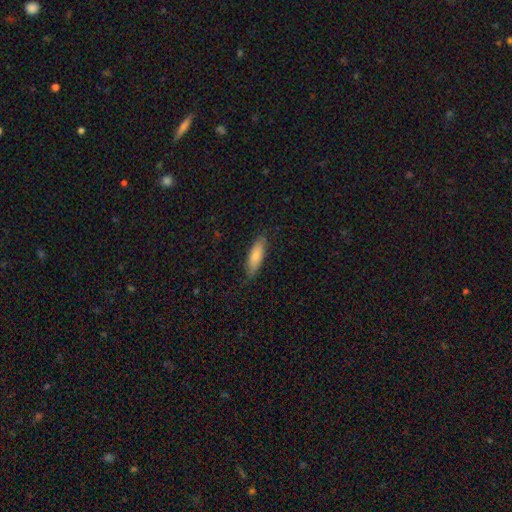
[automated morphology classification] Q: Smooth or featured?
A: smooth (79%); runner-up: featured or disk (15%)
Q: How rounded?
A: in between (52%); runner-up: cigar-shaped (46%)
Q: Merging?
A: none (81%); runner-up: minor disturbance (15%)